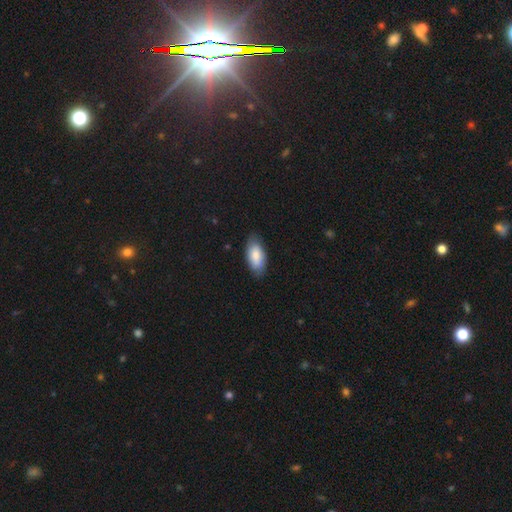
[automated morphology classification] A smooth galaxy with no disk features (80%) that is in between round and cigar-shaped (91%).

Vote fractions:
- Smooth or featured? smooth: 80% / featured or disk: 14% / star or artifact: 6%
- How rounded? in between: 91% / cigar-shaped: 7% / round: 2%
- Merging? none: 80% / minor disturbance: 16% / major disturbance: 3% / merger: 1%